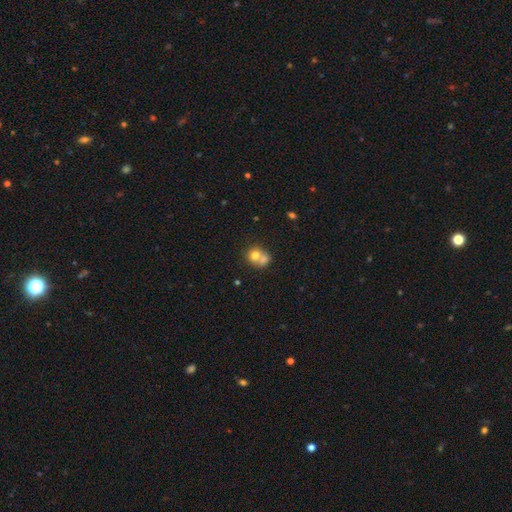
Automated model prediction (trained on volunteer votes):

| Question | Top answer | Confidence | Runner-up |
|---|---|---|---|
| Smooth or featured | smooth | 72% | featured or disk (18%) |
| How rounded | round | 71% | in between (28%) |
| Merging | merger | 59% | none (30%) |